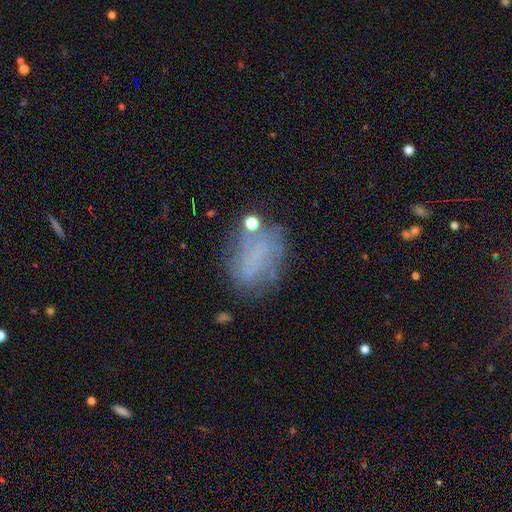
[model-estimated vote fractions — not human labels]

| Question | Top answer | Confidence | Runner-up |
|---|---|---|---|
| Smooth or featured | featured or disk | 43% | smooth (40%) |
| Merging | none | 56% | minor disturbance (23%) |